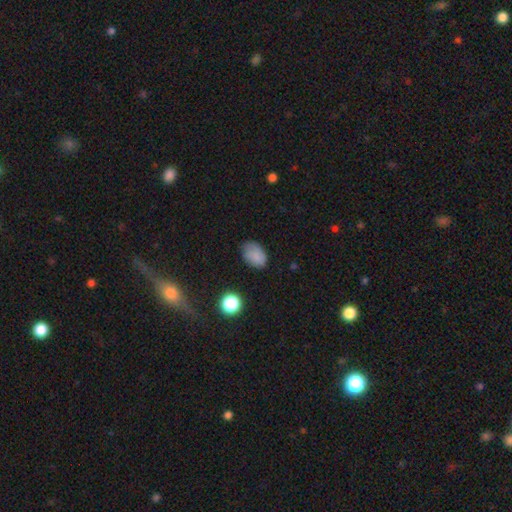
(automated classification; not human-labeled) A smooth galaxy with no disk features (78%) that is in between round and cigar-shaped (80%).

Vote fractions:
- Smooth or featured? smooth: 78% / star or artifact: 11% / featured or disk: 10%
- How rounded? in between: 80% / round: 19% / cigar-shaped: 1%
- Merging? none: 66% / minor disturbance: 25% / major disturbance: 7% / merger: 2%